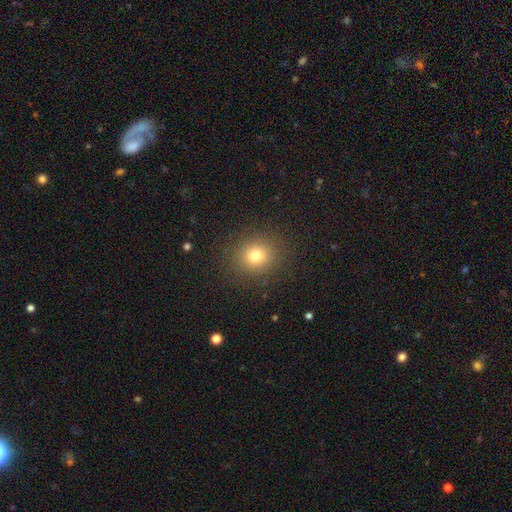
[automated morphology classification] smooth 75%, star or artifact 16%, featured or disk 9%. Down the decision tree: how rounded — round (84%); merging — none (88%).